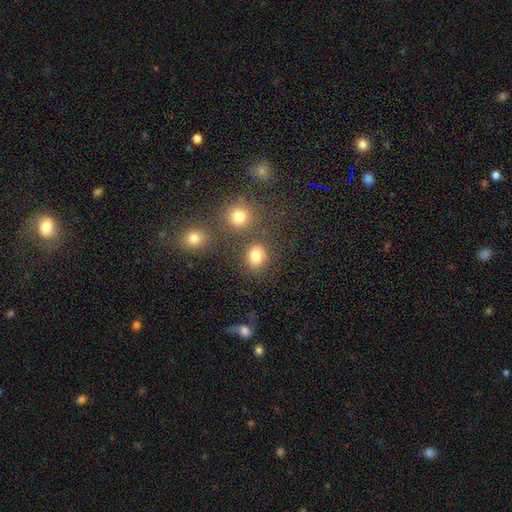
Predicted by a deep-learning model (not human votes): smooth 80%, star or artifact 14%, featured or disk 6%. Down the decision tree: how rounded — round (68%); merging — none (77%).